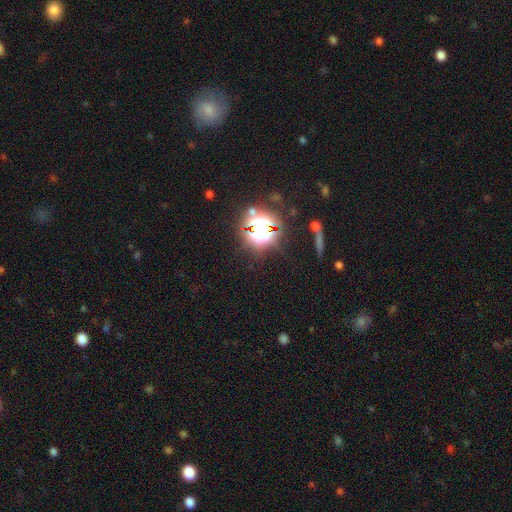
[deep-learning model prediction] The model was most divided on "smooth or featured": star or artifact: 80%, smooth: 13%, featured or disk: 7%.